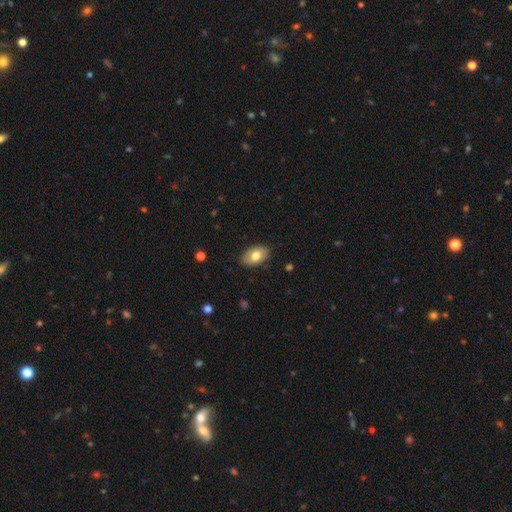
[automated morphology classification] smooth-or-featured: smooth: 76% | featured or disk: 17% | star or artifact: 7%
  how-rounded: in between: 92% | round: 7% | cigar-shaped: 1%
  merging: none: 86% | minor disturbance: 11% | major disturbance: 2% | merger: 1%